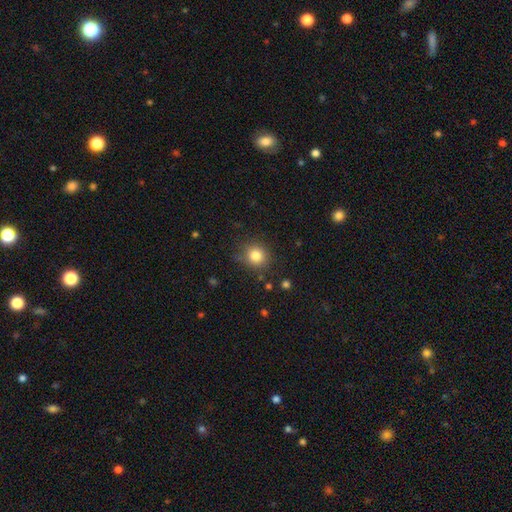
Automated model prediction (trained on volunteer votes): Q: Smooth or featured?
A: smooth (82%); runner-up: star or artifact (12%)
Q: How rounded?
A: round (86%); runner-up: in between (13%)
Q: Merging?
A: none (81%); runner-up: minor disturbance (13%)